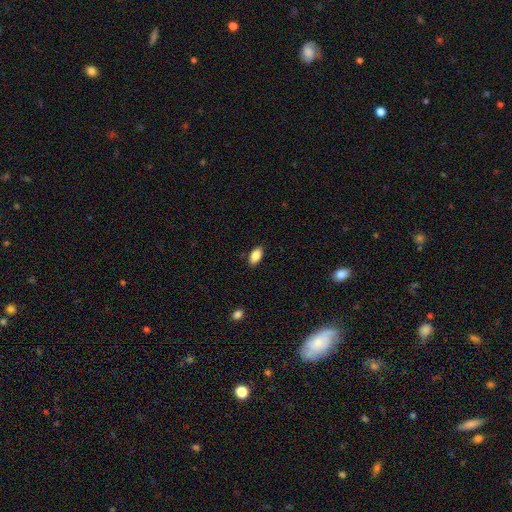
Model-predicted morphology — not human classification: smooth 86%, star or artifact 7%, featured or disk 7%. Down the decision tree: how rounded — in between (92%); merging — none (87%).